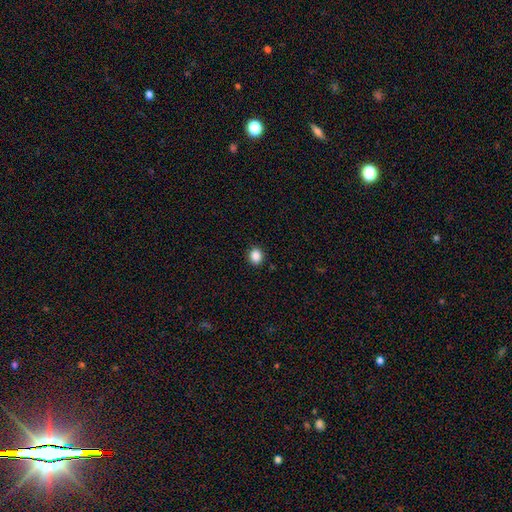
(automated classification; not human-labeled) Smooth or featured? smooth (87%)
How rounded? round (73%)
Merging? none (91%)